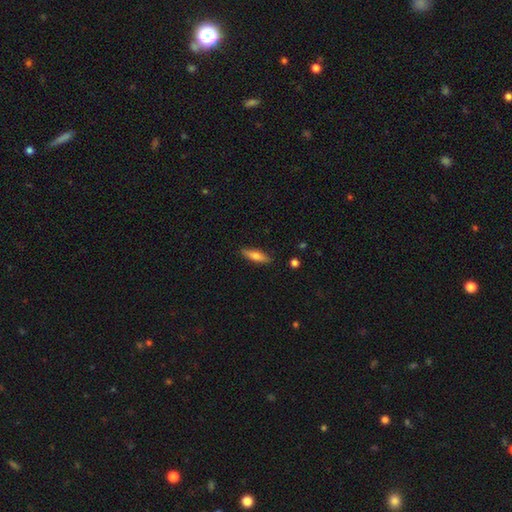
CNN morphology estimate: smooth 67%, featured or disk 26%, star or artifact 6%. Down the decision tree: how rounded — cigar-shaped (60%); merging — none (86%).